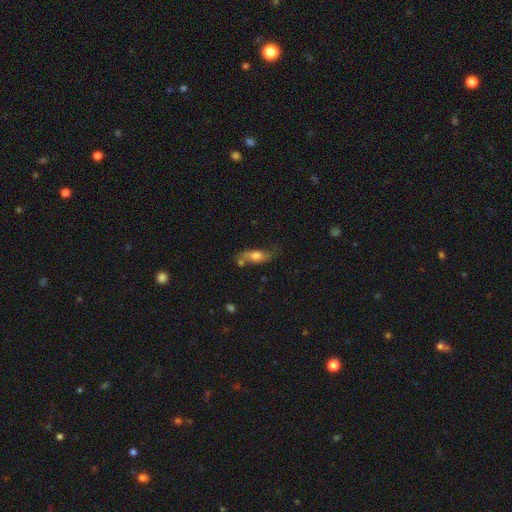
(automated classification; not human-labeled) The model was most divided on "smooth or featured": smooth: 58%, featured or disk: 34%, star or artifact: 8%. More confident: how rounded — in between (69%); merging — none (51%).